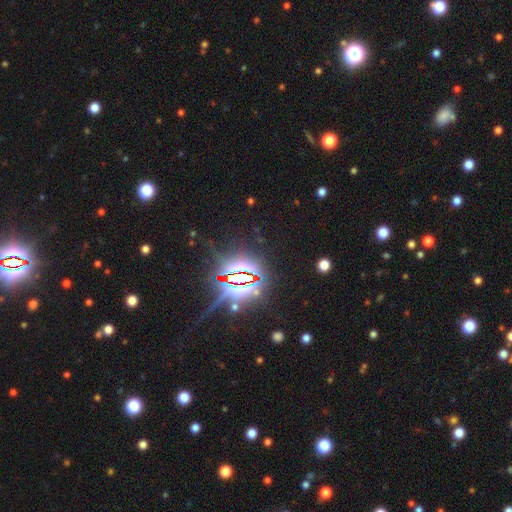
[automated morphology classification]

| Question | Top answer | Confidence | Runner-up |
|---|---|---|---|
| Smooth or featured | star or artifact | 87% | smooth (8%) |